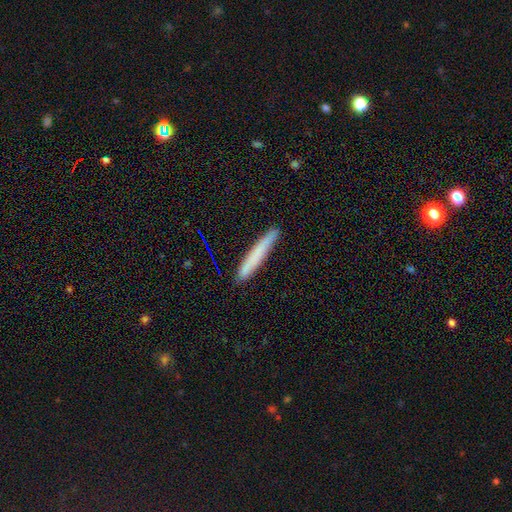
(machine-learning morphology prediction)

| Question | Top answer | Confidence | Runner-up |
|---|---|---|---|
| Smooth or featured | smooth | 72% | featured or disk (22%) |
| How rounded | cigar-shaped | 96% | in between (2%) |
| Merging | none | 89% | minor disturbance (8%) |